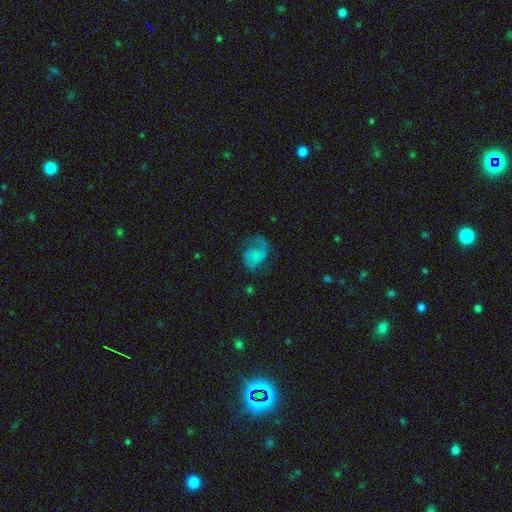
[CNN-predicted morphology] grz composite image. It shows a featured or disk galaxy (56%) with no bar (72%), spiral arms (86%) and no central bulge (60%). Merging: none (44%).